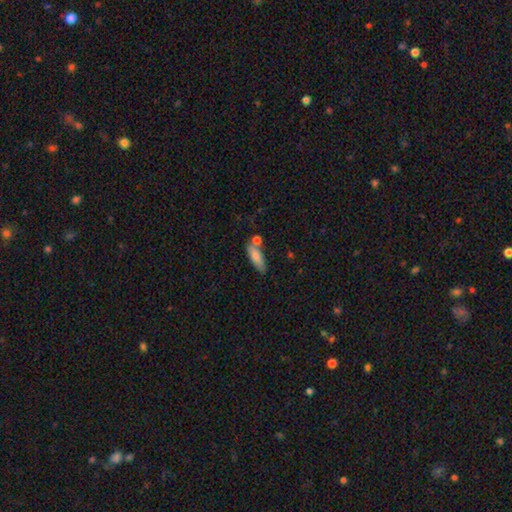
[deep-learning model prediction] Overall: smooth (78%). How rounded: in between (54%; cigar-shaped 43%). Merging: none (58%; merger 19%).